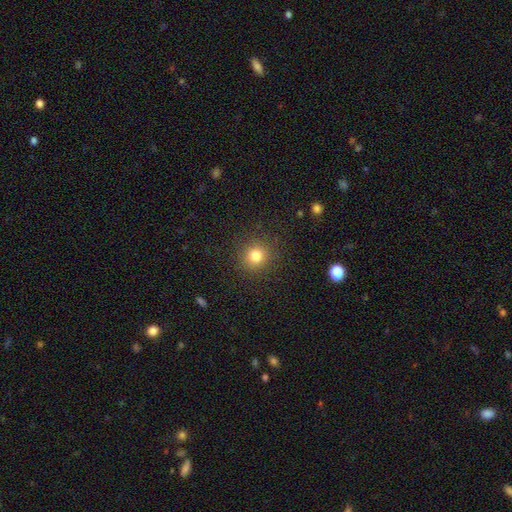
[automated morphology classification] smooth 80%, star or artifact 14%, featured or disk 6%. Down the decision tree: how rounded — round (92%); merging — none (89%).